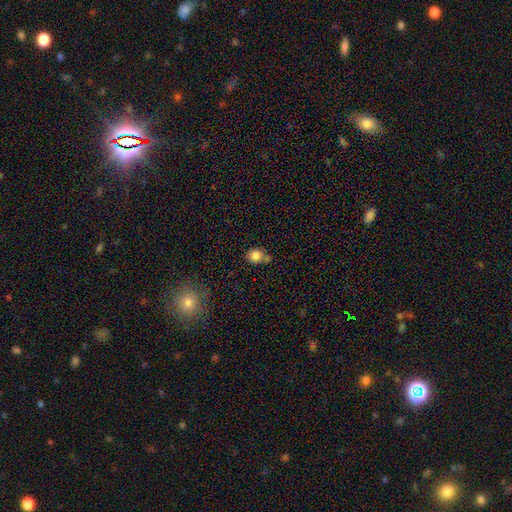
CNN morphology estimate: Overall: smooth (83%). How rounded: round (73%). Merging: none (56%; minor disturbance 21%).